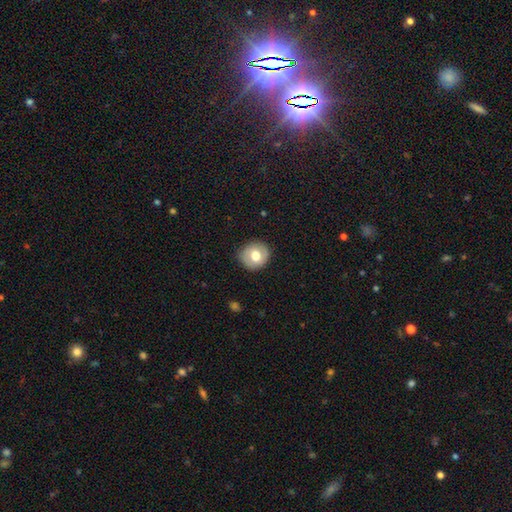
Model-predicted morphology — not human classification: smooth-or-featured: smooth: 62% | featured or disk: 31% | star or artifact: 7%
  how-rounded: round: 84% | in between: 15% | cigar-shaped: 1%
  merging: none: 84% | minor disturbance: 12% | major disturbance: 3% | merger: 1%